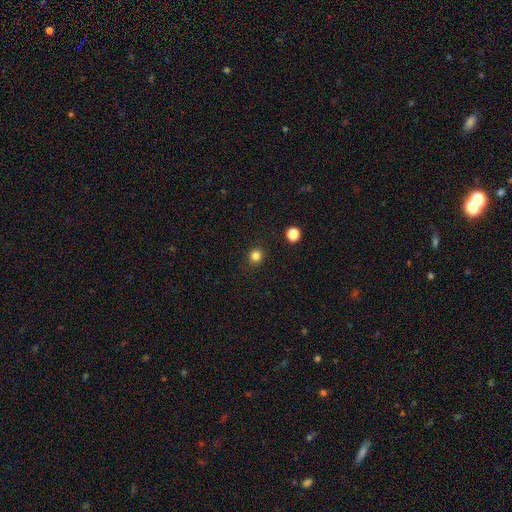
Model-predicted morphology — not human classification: Q: Smooth or featured?
A: smooth (82%); runner-up: star or artifact (13%)
Q: How rounded?
A: round (89%); runner-up: in between (10%)
Q: Merging?
A: none (91%); runner-up: minor disturbance (6%)